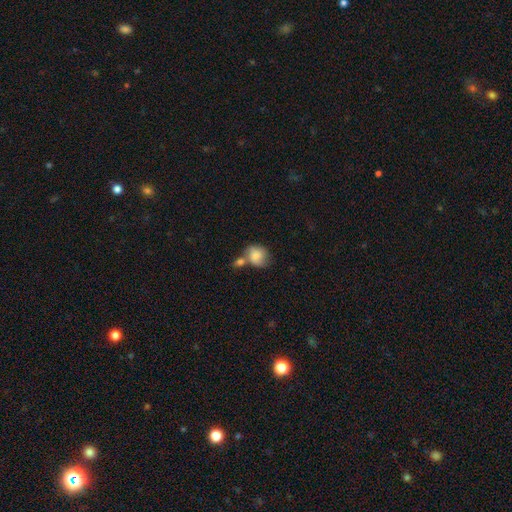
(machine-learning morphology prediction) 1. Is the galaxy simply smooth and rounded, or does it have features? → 77% smooth, 16% featured or disk, 7% star or artifact.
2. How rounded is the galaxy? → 61% round, 38% in between, 1% cigar-shaped.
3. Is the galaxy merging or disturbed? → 43% merger, 33% none, 16% minor disturbance, 8% major disturbance.